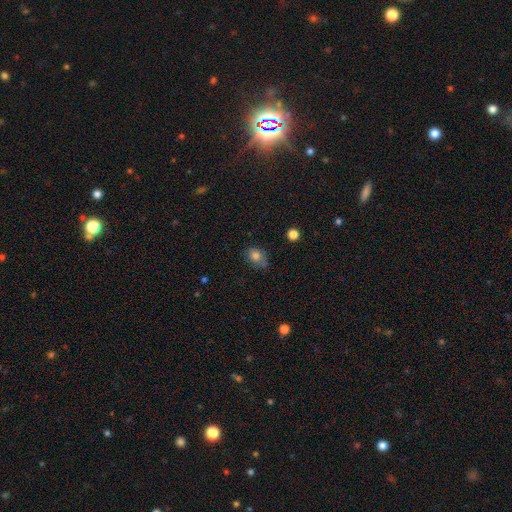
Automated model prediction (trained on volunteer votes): Smooth or featured?
  - smooth: 79% *
  - star or artifact: 10%
  - featured or disk: 10%
How rounded?
  - in between: 64% *
  - round: 35%
  - cigar-shaped: 1%
Merging?
  - none: 64% *
  - minor disturbance: 26%
  - major disturbance: 6%
  - merger: 3%